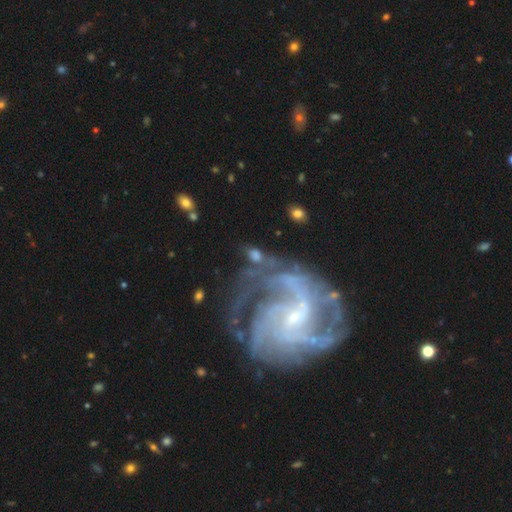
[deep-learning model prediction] This is possibly a featured or disk galaxy (59%). It is clearly not viewed edge-on (92%). Bar: marginally no (40%). Spiral arm pattern: clearly yes (82%). Central bulge: possibly small (54%). Merging: possibly none (55%).